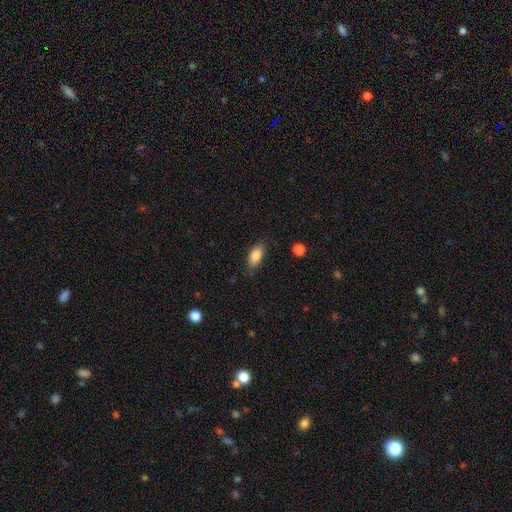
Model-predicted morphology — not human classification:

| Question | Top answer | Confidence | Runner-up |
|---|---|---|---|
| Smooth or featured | smooth | 84% | featured or disk (8%) |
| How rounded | in between | 87% | cigar-shaped (9%) |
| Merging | none | 79% | minor disturbance (16%) |